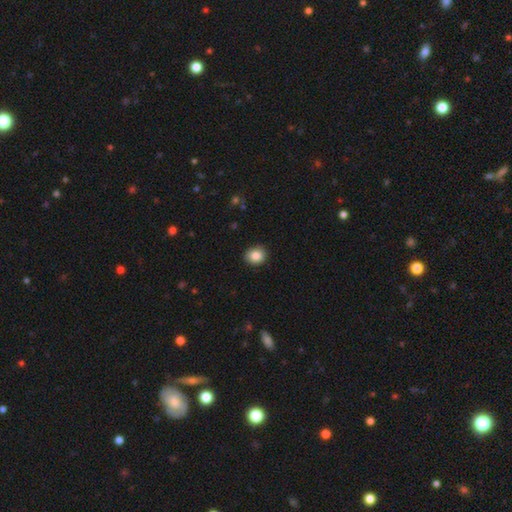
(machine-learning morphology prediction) Smooth or featured? Predicted: smooth (p=0.86). How rounded? Predicted: round (p=0.69). Merging? Predicted: none (p=0.89).